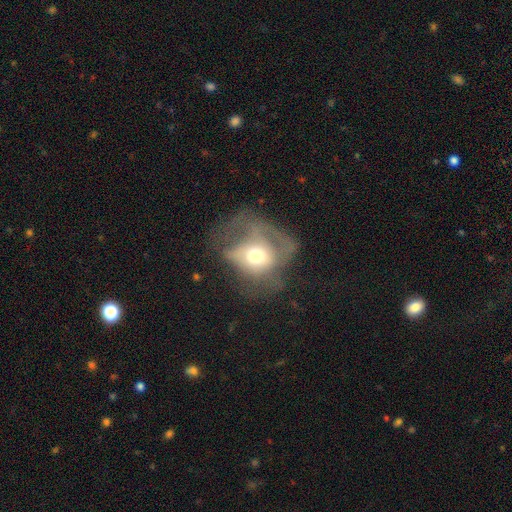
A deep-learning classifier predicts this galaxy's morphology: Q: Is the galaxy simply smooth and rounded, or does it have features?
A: featured or disk — 45%.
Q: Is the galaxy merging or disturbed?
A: major disturbance — 56%.